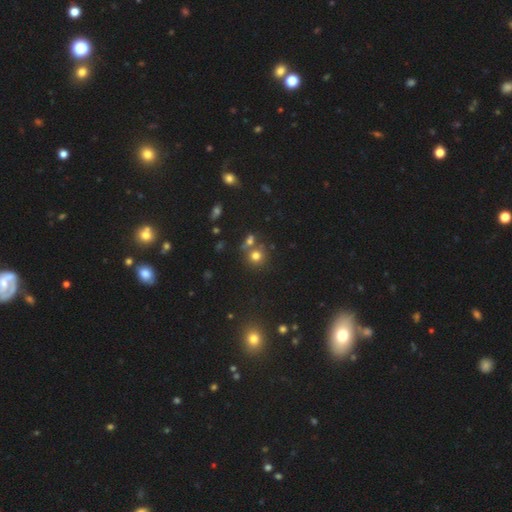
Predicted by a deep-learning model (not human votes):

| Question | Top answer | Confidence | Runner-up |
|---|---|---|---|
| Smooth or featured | smooth | 73% | star or artifact (17%) |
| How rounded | round | 87% | in between (12%) |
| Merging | none | 61% | merger (27%) |